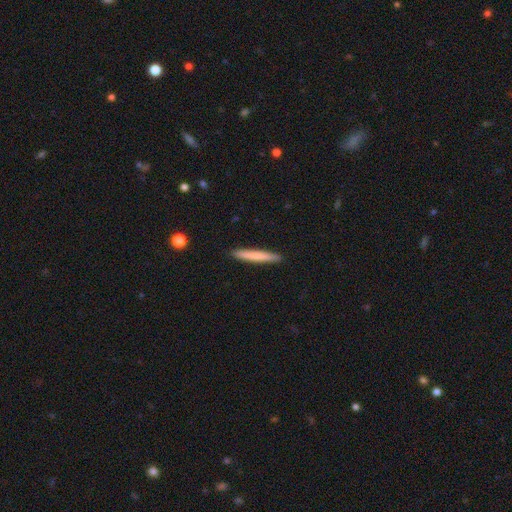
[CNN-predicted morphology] Smooth or featured? Predicted: smooth (p=0.73). How rounded? Predicted: cigar-shaped (p=0.96). Merging? Predicted: none (p=0.92).